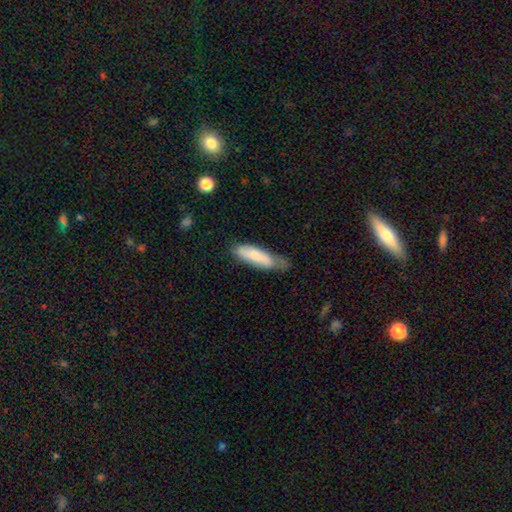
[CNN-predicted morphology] Smooth or featured? smooth (80%)
How rounded? cigar-shaped (59%)
Merging? none (43%)